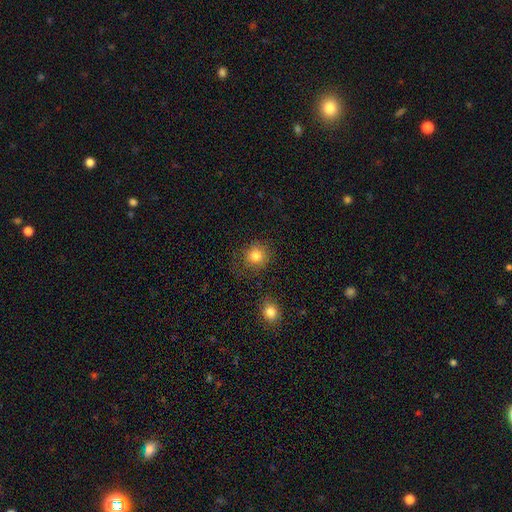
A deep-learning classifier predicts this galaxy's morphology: This appears to be a smooth galaxy with no disk features (81%) that is round (84%). Merging: none (77%).